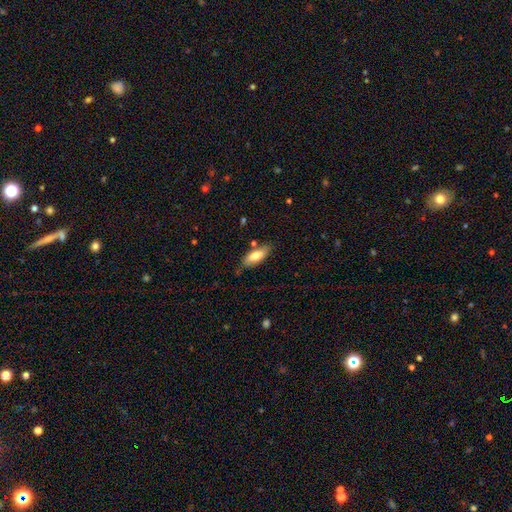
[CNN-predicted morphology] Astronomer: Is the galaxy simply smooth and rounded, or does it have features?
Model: smooth — 76%.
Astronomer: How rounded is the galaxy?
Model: in between — 75%.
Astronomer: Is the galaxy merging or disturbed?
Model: none — 77%.